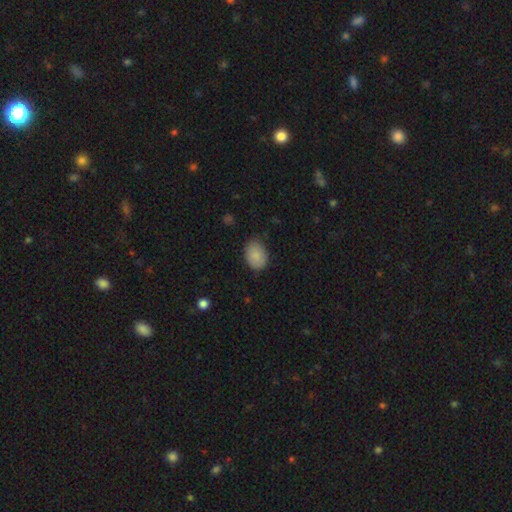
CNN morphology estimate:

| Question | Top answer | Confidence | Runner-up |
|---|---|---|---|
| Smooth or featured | smooth | 88% | star or artifact (7%) |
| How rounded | in between | 74% | round (25%) |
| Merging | none | 79% | minor disturbance (17%) |